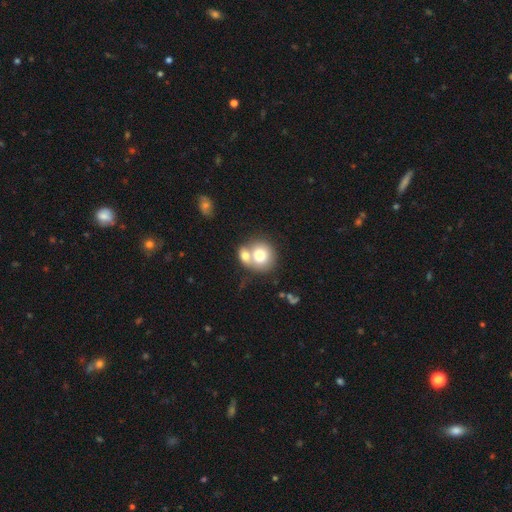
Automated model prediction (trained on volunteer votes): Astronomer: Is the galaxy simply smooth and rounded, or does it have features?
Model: smooth — 74%.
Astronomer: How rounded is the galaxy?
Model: round — 81%.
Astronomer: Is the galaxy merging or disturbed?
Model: merger — 47% (runner-up: none, 40%).